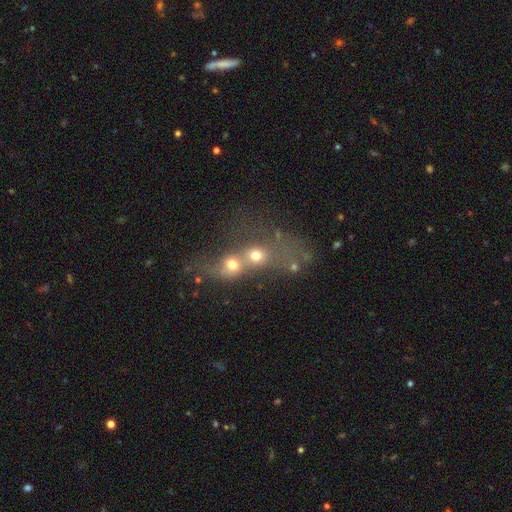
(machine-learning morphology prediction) Smooth or featured: smooth — 54% (featured or disk — 27%)
How rounded: round — 66% (in between — 30%)
Merging: merger — 74% (none — 14%)